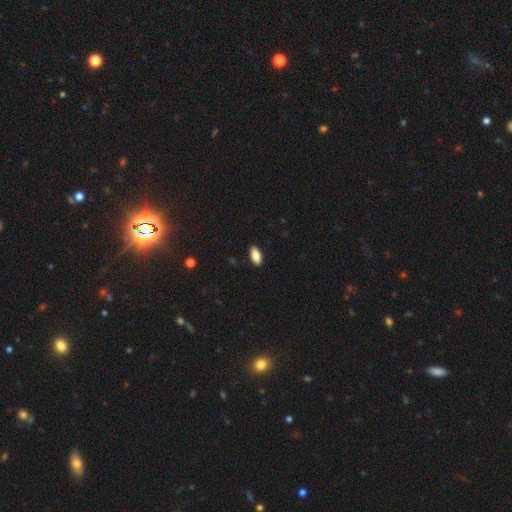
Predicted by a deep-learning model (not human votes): smooth-or-featured: smooth: 82% | featured or disk: 11% | star or artifact: 7%
  how-rounded: in between: 89% | cigar-shaped: 9% | round: 3%
  merging: none: 89% | minor disturbance: 8% | major disturbance: 2% | merger: 1%